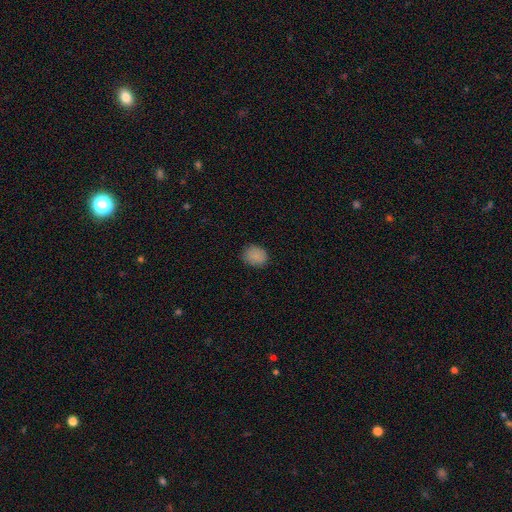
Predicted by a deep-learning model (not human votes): Morphology: type=smooth (86%); roundness=round (51%); merging=none (84%).